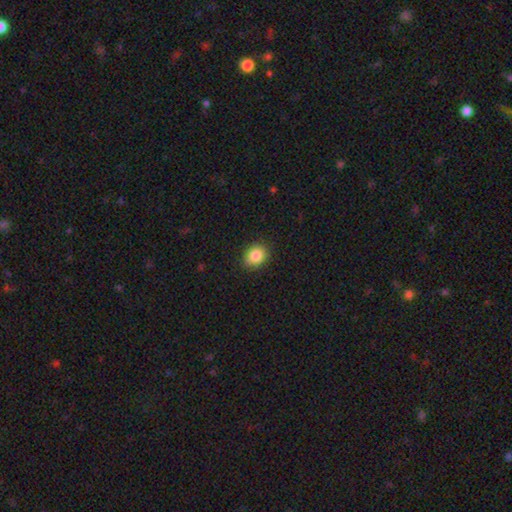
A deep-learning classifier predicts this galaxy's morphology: This is clearly a smooth galaxy (86%). How rounded: possibly in between (52%). Merging: clearly none (88%).